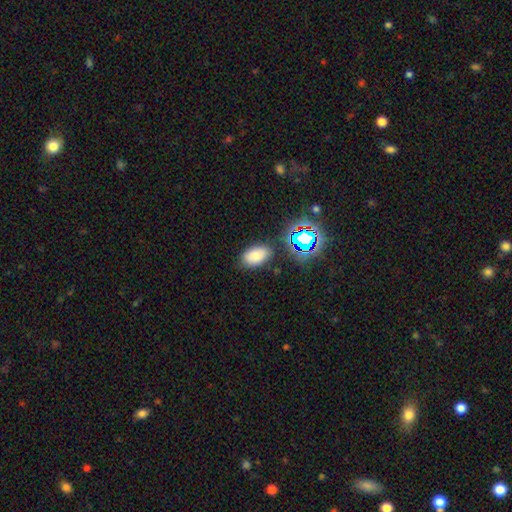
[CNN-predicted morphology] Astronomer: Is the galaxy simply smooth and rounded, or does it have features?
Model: smooth — 74%.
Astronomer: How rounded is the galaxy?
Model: in between — 91%.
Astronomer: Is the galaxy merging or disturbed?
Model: none — 82%.